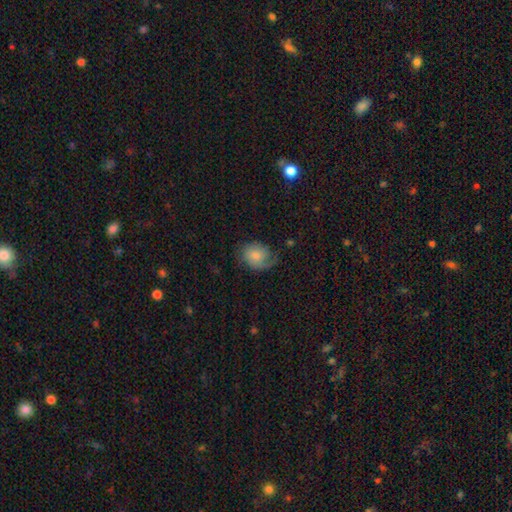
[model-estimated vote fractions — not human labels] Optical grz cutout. It shows a smooth galaxy with no disk features (48%). Merging: none (51%).